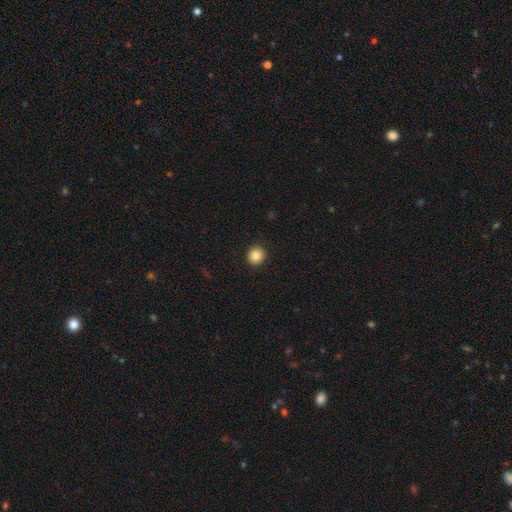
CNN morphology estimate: A smooth galaxy with no disk features (87%) that is round (87%).

Vote fractions:
- Smooth or featured? smooth: 87% / star or artifact: 9% / featured or disk: 3%
- How rounded? round: 87% / in between: 12% / cigar-shaped: 1%
- Merging? none: 91% / minor disturbance: 6% / major disturbance: 2% / merger: 1%